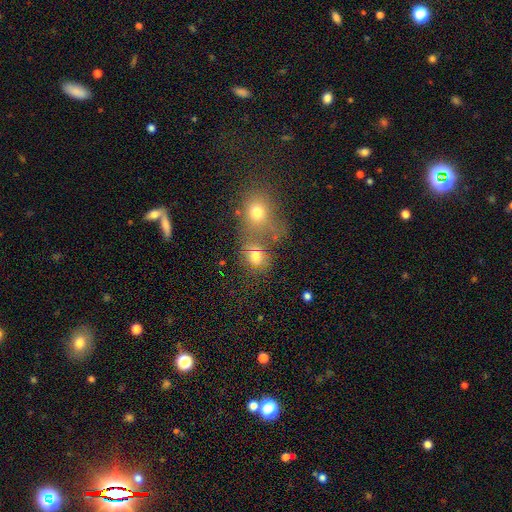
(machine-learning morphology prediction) This appears to be a smooth galaxy with no disk features (70%) that is round (57%). Merging: merger (55%).